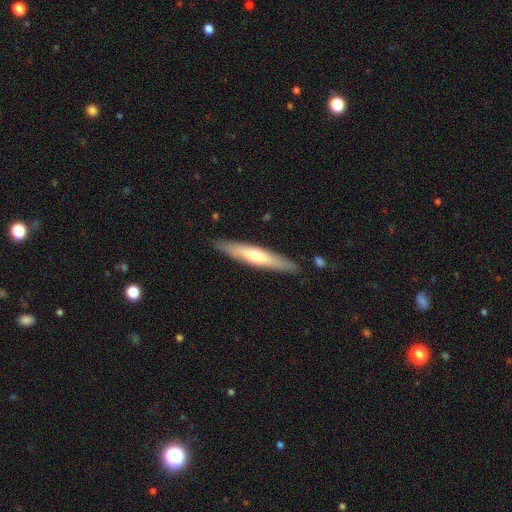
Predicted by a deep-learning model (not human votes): This is possibly a smooth galaxy (49%). Merging: clearly none (88%).